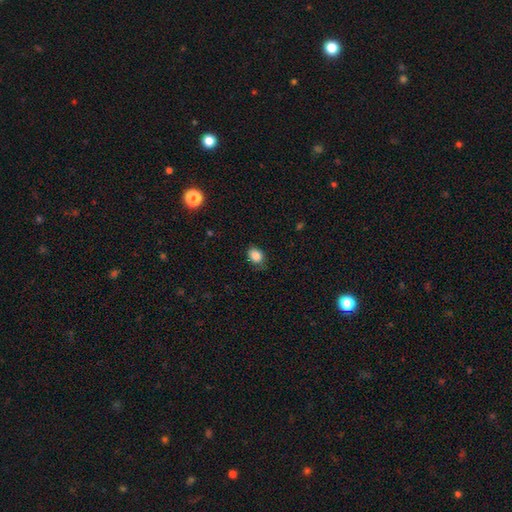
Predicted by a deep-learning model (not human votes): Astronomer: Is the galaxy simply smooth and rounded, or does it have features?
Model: smooth — 85%.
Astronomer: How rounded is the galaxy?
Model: in between — 52% (runner-up: round, 47%).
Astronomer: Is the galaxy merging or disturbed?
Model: none — 76%.